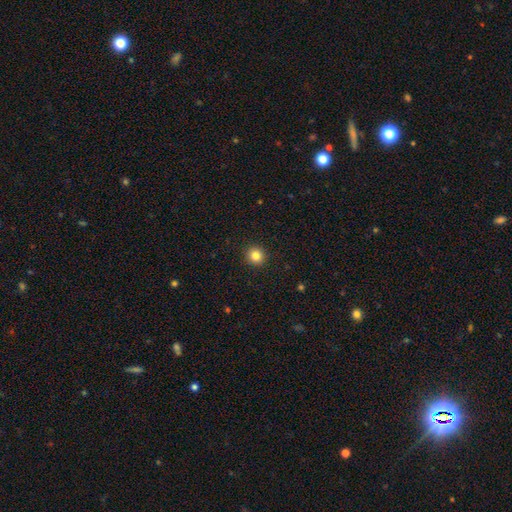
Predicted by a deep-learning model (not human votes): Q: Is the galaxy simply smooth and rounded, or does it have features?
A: smooth — 83%.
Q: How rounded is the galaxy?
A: round — 94%.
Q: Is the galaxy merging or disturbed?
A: none — 93%.